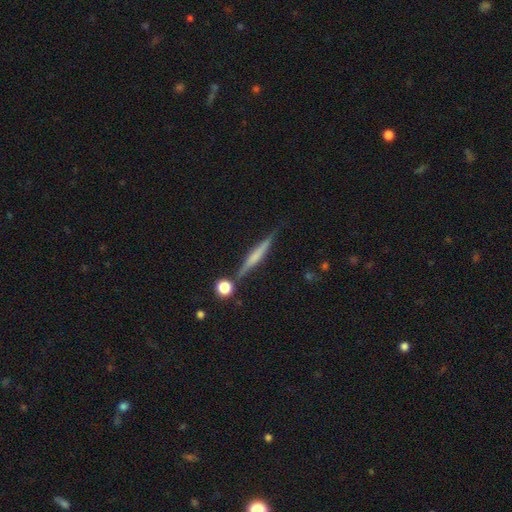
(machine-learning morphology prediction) Q: Smooth or featured?
A: featured or disk (55%); runner-up: smooth (37%)
Q: Edge-on disk?
A: yes (97%); runner-up: no (3%)
Q: Edge-on bulge?
A: none (43%); runner-up: rounded (34%)
Q: Merging?
A: none (81%); runner-up: minor disturbance (11%)